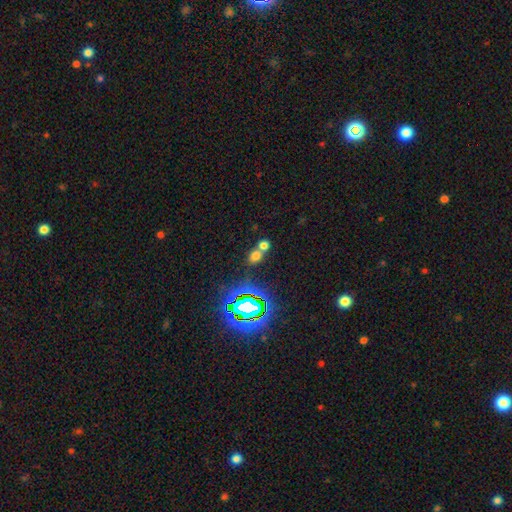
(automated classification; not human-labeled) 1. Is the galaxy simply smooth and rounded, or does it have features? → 60% smooth, 29% star or artifact, 11% featured or disk.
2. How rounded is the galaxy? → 54% round, 44% in between, 2% cigar-shaped.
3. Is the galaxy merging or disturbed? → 55% merger, 36% none, 6% minor disturbance, 3% major disturbance.